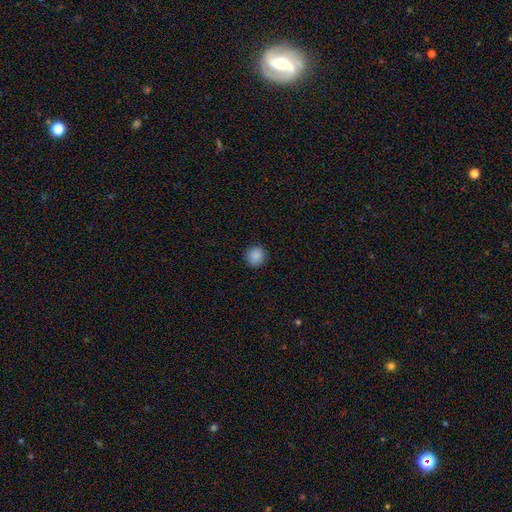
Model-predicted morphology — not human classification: type=smooth (88%); roundness=round (91%); merging=none (91%).